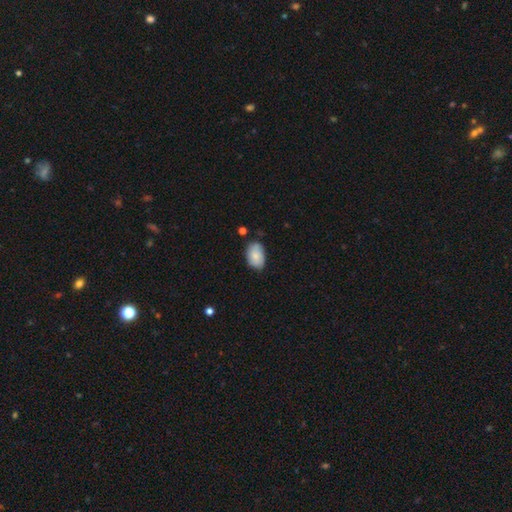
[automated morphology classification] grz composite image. It shows a smooth galaxy with no disk features (80%) that is in between round and cigar-shaped (88%). Merging: none (71%).